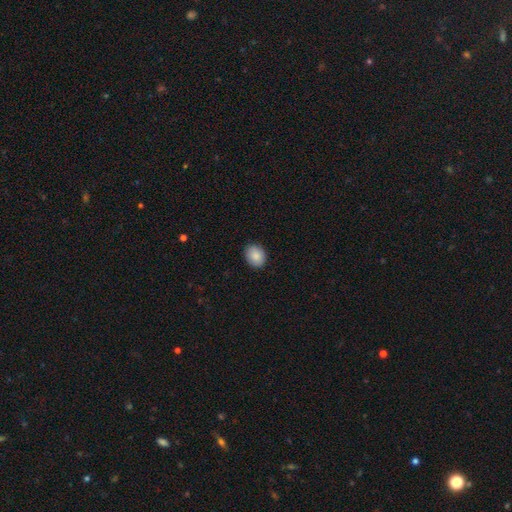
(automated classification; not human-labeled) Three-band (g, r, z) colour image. It shows a smooth galaxy with no disk features (88%) that is in between round and cigar-shaped (50%). Merging: none (90%).